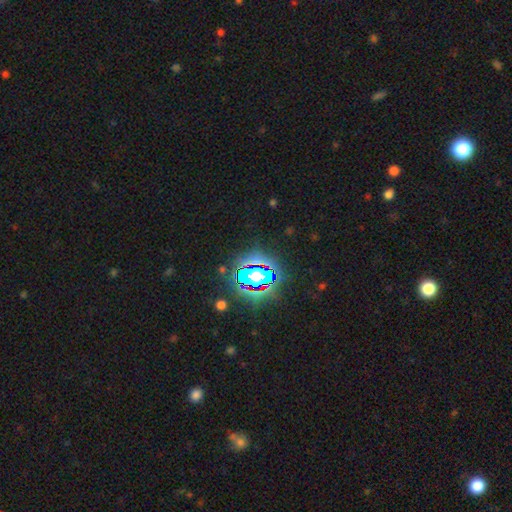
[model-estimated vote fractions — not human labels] Q: Smooth or featured?
A: star or artifact (84%); runner-up: smooth (10%)